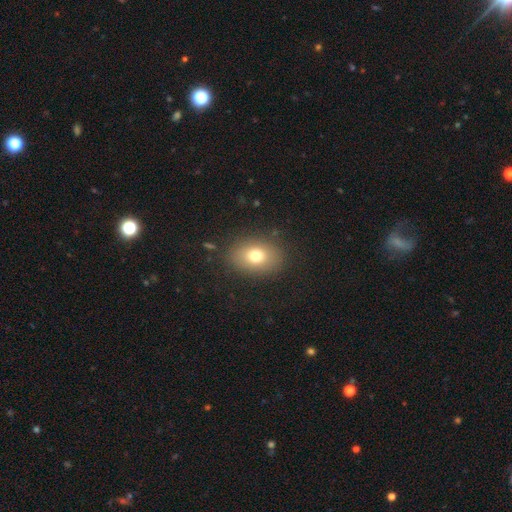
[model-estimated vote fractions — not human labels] smooth 74%, featured or disk 14%, star or artifact 12%. Down the decision tree: how rounded — in between (69%); merging — none (85%).